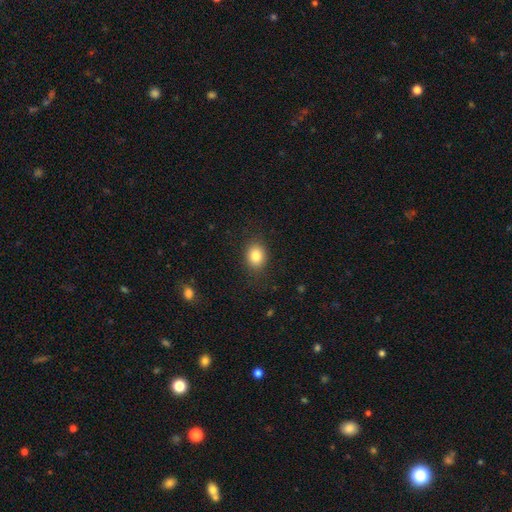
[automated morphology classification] Smooth or featured? Predicted: smooth (p=0.83). How rounded? Predicted: round (p=0.50). Merging? Predicted: none (p=0.86).